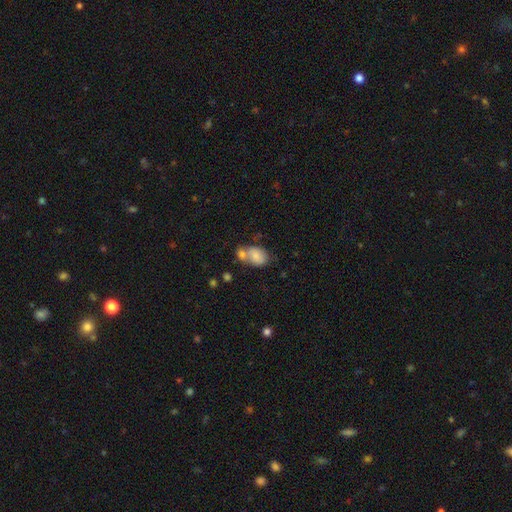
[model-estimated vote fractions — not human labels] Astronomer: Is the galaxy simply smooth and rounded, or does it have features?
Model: smooth — 78%.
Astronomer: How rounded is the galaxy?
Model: in between — 78%.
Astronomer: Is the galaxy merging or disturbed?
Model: merger — 52% (runner-up: none, 29%).